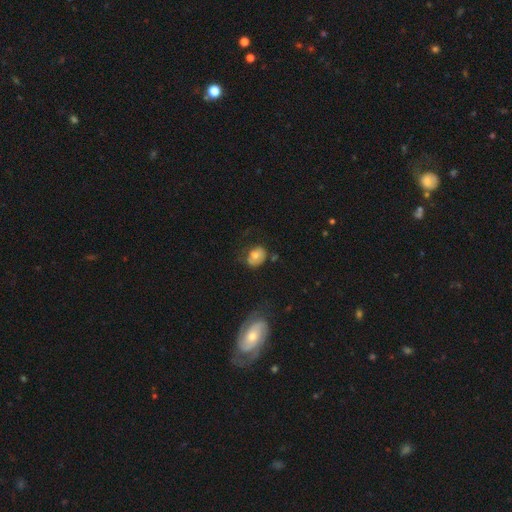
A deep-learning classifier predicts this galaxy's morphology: smooth-or-featured: smooth: 69% | featured or disk: 21% | star or artifact: 10%
  how-rounded: in between: 61% | round: 38% | cigar-shaped: 1%
  merging: none: 51% | minor disturbance: 28% | major disturbance: 16% | merger: 5%